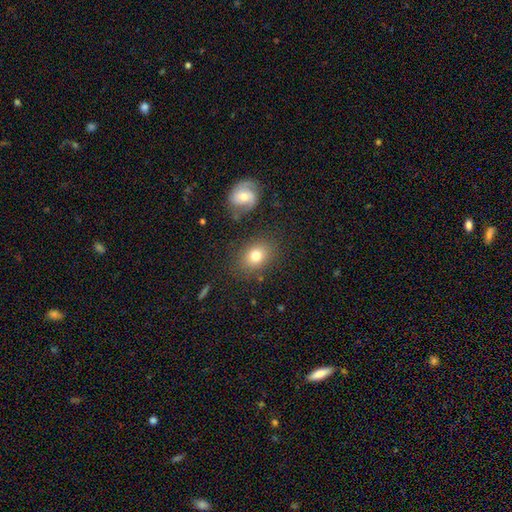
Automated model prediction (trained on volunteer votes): This appears to be a smooth galaxy with no disk features (78%) that is in between round and cigar-shaped (59%). Merging: none (79%).